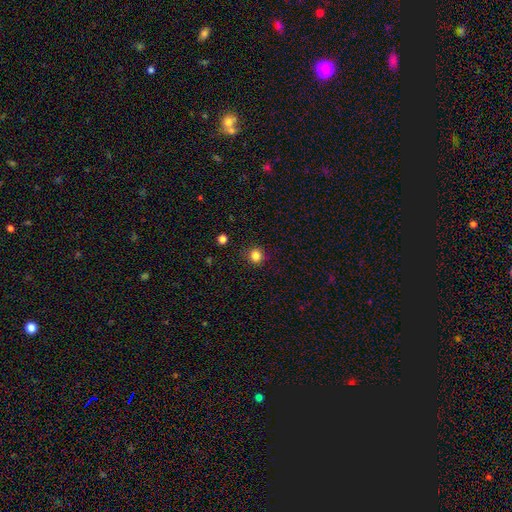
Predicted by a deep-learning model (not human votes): Smooth or featured? smooth (83%)
How rounded? round (90%)
Merging? none (90%)